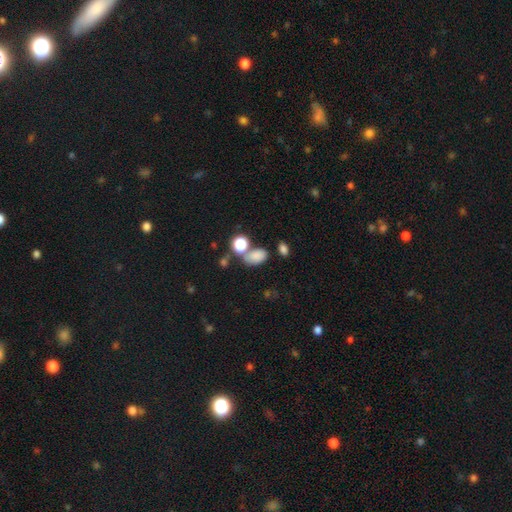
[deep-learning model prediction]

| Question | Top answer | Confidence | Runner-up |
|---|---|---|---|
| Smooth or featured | smooth | 80% | star or artifact (13%) |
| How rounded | in between | 82% | round (16%) |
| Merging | none | 52% | merger (27%) |